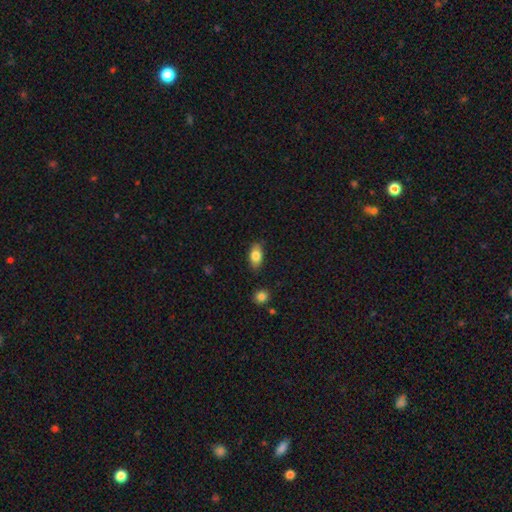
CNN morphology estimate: Smooth or featured?
  - smooth: 82% *
  - featured or disk: 10%
  - star or artifact: 8%
How rounded?
  - in between: 89% *
  - round: 6%
  - cigar-shaped: 5%
Merging?
  - none: 84% *
  - minor disturbance: 12%
  - major disturbance: 2%
  - merger: 2%